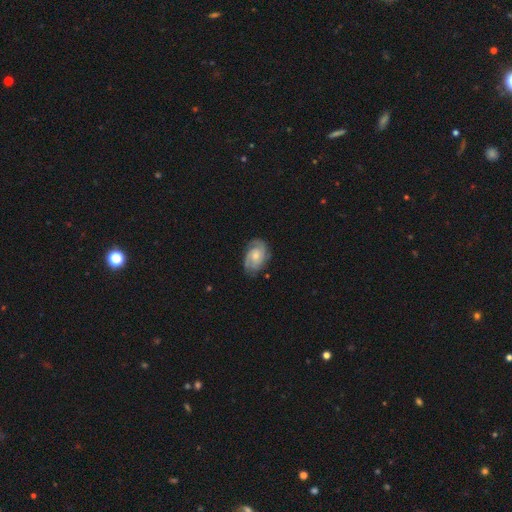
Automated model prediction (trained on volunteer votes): smooth_or_featured: featured or disk (p=0.81) [alt: smooth p=0.13]
disk_edge_on: no (p=0.97) [alt: yes p=0.03]
bar: no (p=0.64) [alt: weak p=0.31]
has_spiral_arms: yes (p=0.97) [alt: no p=0.03]
spiral_winding: tight (p=0.52) [alt: medium p=0.39]
spiral_arm_count: 2 (p=0.47) [alt: 3 p=0.28]
bulge_size: moderate (p=0.46) [alt: small p=0.43]
merging: none (p=0.75) [alt: minor disturbance p=0.18]